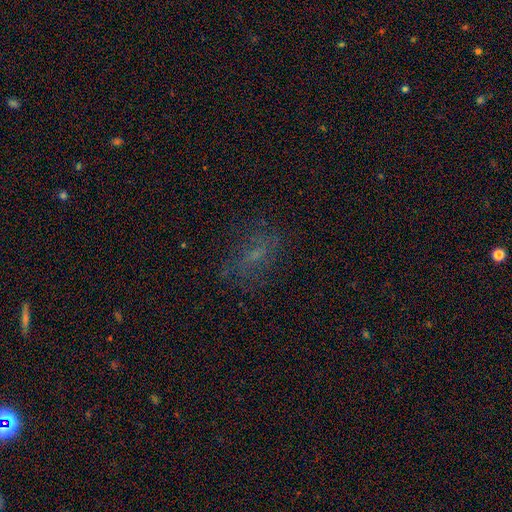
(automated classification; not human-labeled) Smooth or featured: smooth — 40% (featured or disk — 31%)
Merging: none — 69% (minor disturbance — 17%)